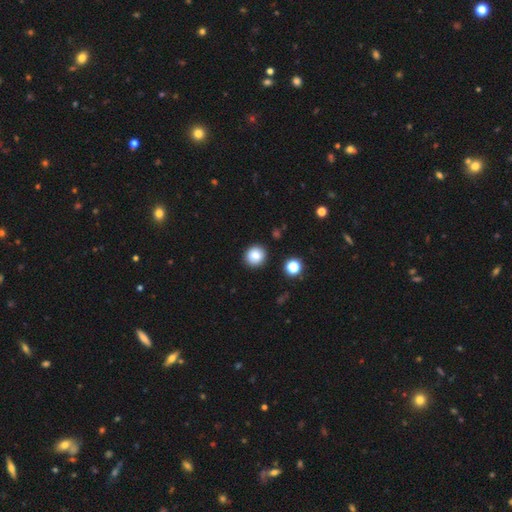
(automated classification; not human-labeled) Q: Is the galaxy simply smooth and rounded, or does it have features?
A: smooth — 84%.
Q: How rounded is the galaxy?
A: round — 89%.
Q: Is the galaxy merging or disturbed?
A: none — 91%.